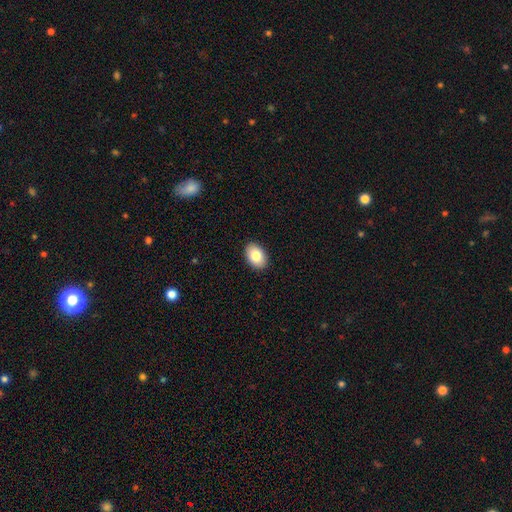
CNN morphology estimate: Smooth or featured? smooth (84%)
How rounded? in between (88%)
Merging? none (90%)